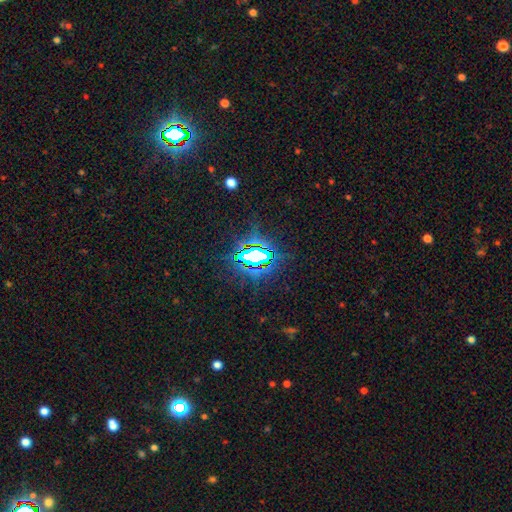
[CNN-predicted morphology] A star or artifact, not a galaxy (74%).

Vote fractions:
- Smooth or featured? star or artifact: 74% / smooth: 14% / featured or disk: 11%